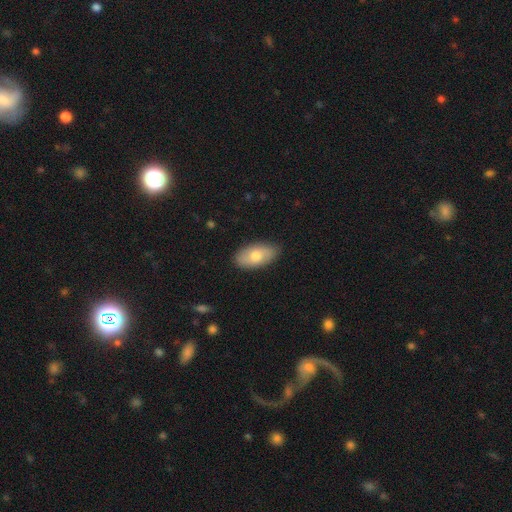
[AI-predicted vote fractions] The model was most divided on "smooth or featured": smooth: 71%, featured or disk: 24%, star or artifact: 6%. More confident: how rounded — in between (93%); merging — none (84%).